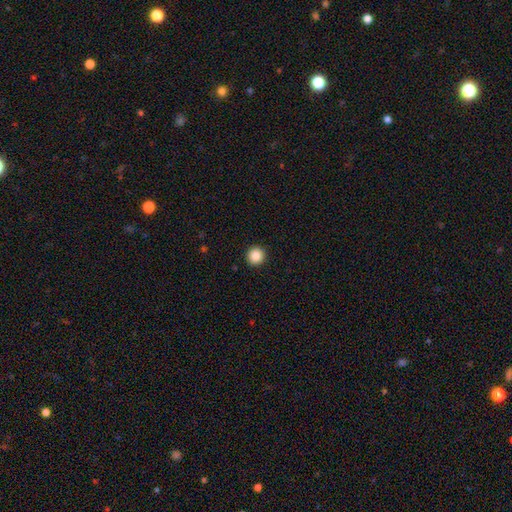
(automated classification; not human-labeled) Smooth or featured? smooth (87%)
How rounded? round (95%)
Merging? none (93%)